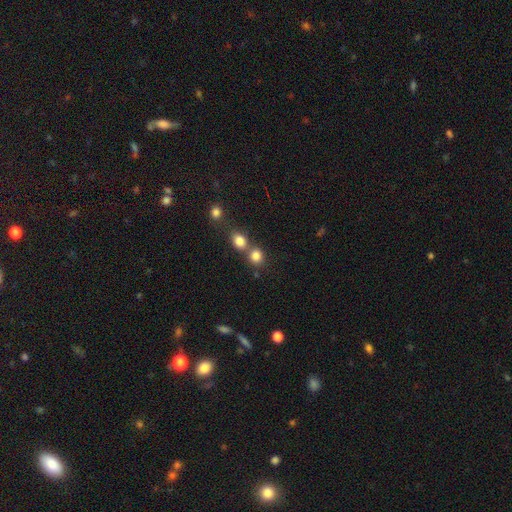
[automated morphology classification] Smooth or featured? Predicted: smooth (p=0.82). How rounded? Predicted: round (p=0.80). Merging? Predicted: none (p=0.50).